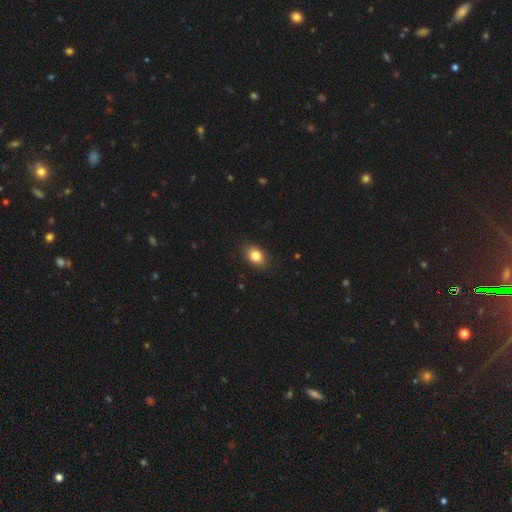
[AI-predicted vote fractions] This is clearly a smooth galaxy (83%). How rounded: likely in between (75%). Merging: clearly none (86%).